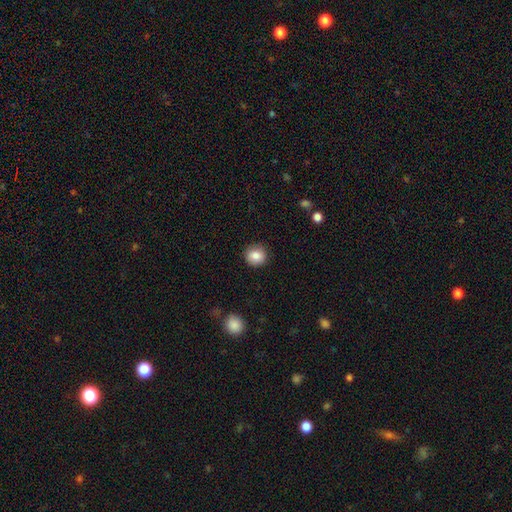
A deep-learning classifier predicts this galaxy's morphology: The model was most divided on "smooth or featured": smooth: 86%, star or artifact: 9%, featured or disk: 6%. More confident: merging — none (89%); how rounded — round (88%).